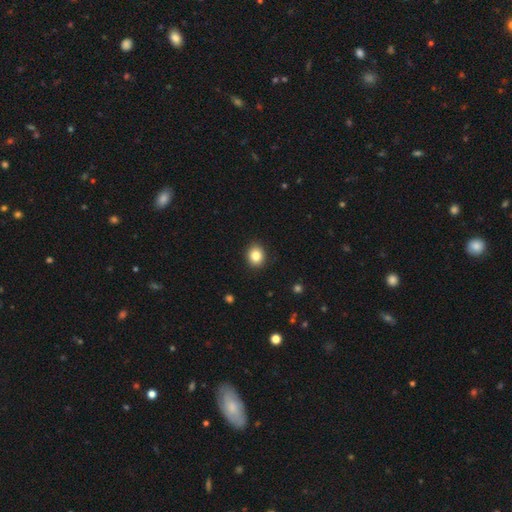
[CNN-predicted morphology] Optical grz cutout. It shows a smooth galaxy with no disk features (84%) that is round (63%). Merging: none (90%).